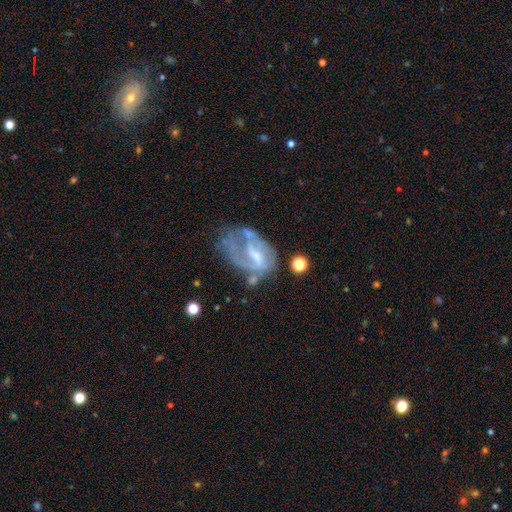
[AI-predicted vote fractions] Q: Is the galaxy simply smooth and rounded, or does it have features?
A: featured or disk — 70%.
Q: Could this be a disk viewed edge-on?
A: no — 95%.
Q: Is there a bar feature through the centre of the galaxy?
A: weak — 46%.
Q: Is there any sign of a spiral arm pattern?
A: yes — 60%.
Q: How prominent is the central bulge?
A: small — 40%.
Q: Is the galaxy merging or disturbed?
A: none — 34%.